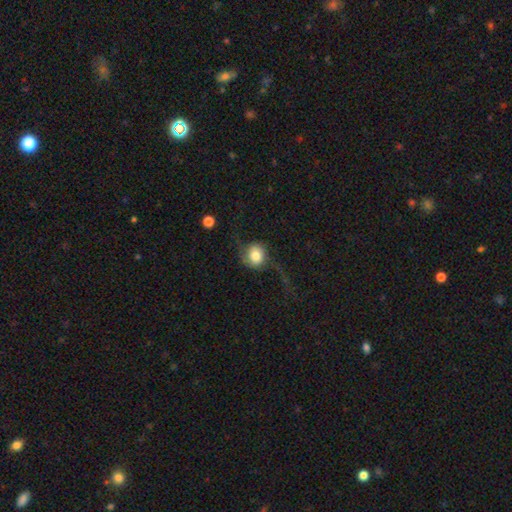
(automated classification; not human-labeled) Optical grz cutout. It shows a smooth galaxy with no disk features (46%, tied with featured or disk). Merging: none (45%).